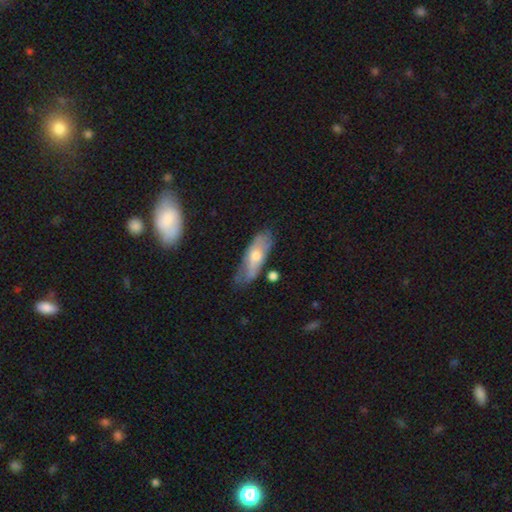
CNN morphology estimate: smooth_or_featured: smooth (p=0.51) [alt: featured or disk p=0.42]
how_rounded: in between (p=0.67) [alt: cigar-shaped p=0.30]
merging: none (p=0.54) [alt: minor disturbance p=0.31]